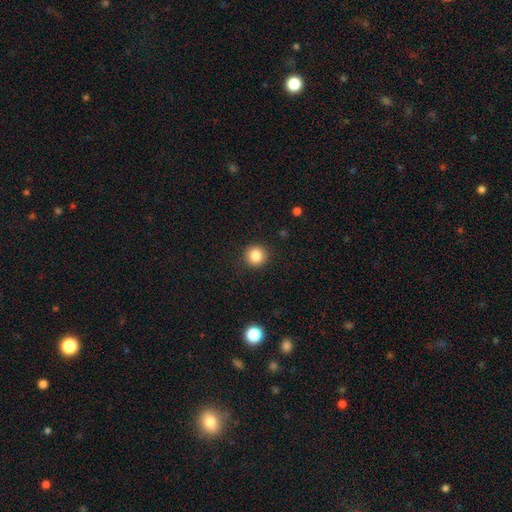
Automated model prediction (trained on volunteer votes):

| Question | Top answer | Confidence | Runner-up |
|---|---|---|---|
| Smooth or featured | smooth | 84% | star or artifact (10%) |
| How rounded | round | 94% | in between (5%) |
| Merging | none | 92% | minor disturbance (5%) |